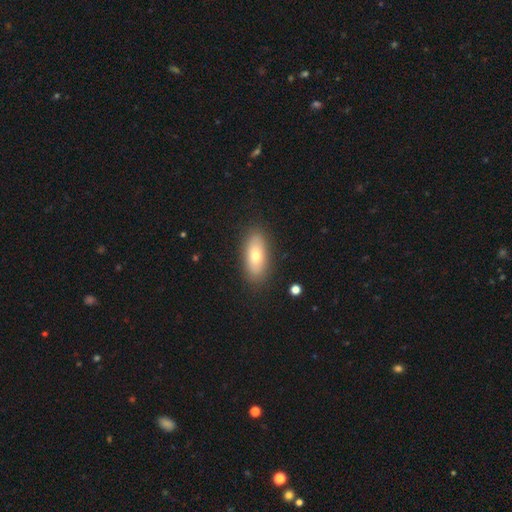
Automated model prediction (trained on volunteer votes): Smooth or featured? smooth (69%)
How rounded? in between (81%)
Merging? none (86%)